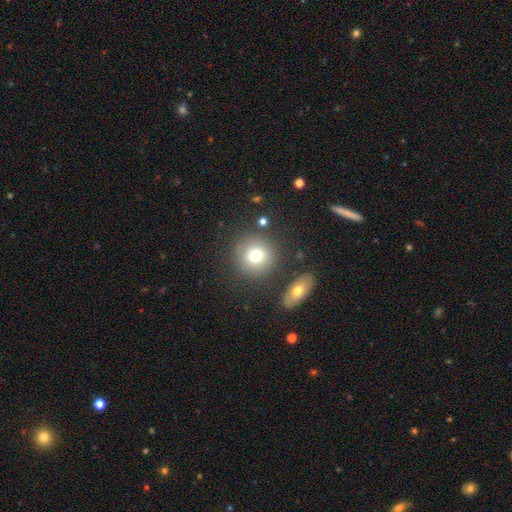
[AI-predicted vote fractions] A smooth galaxy with no disk features (75%) that is round (90%).

Vote fractions:
- Smooth or featured? smooth: 75% / featured or disk: 13% / star or artifact: 12%
- How rounded? round: 90% / in between: 9% / cigar-shaped: 1%
- Merging? none: 81% / minor disturbance: 9% / merger: 6% / major disturbance: 4%